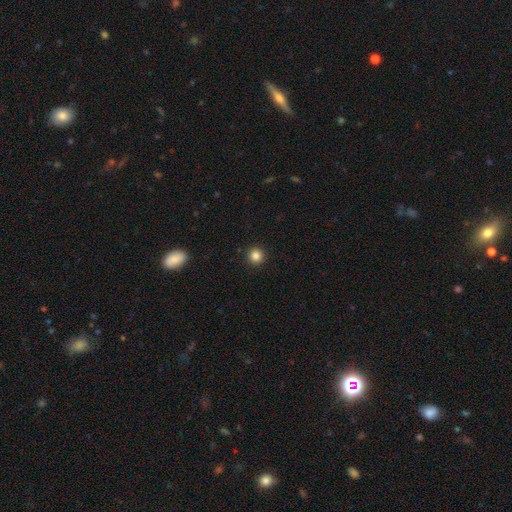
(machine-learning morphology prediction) A smooth galaxy with no disk features (85%) that is round (96%).

Vote fractions:
- Smooth or featured? smooth: 85% / star or artifact: 12% / featured or disk: 4%
- How rounded? round: 96% / in between: 3% / cigar-shaped: 1%
- Merging? none: 93% / minor disturbance: 4% / major disturbance: 2% / merger: 1%